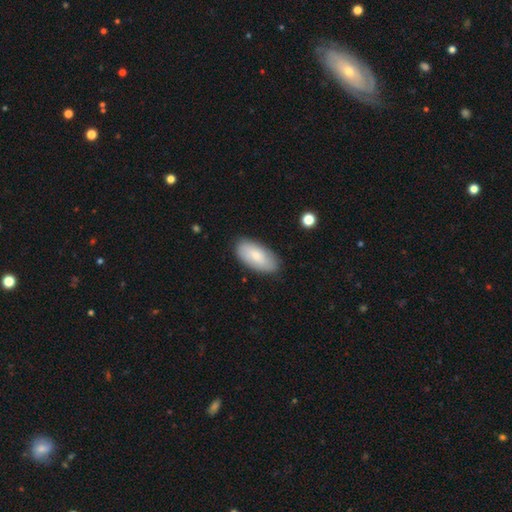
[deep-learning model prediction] Smooth or featured? Predicted: smooth (p=0.74). How rounded? Predicted: in between (p=0.93). Merging? Predicted: none (p=0.84).